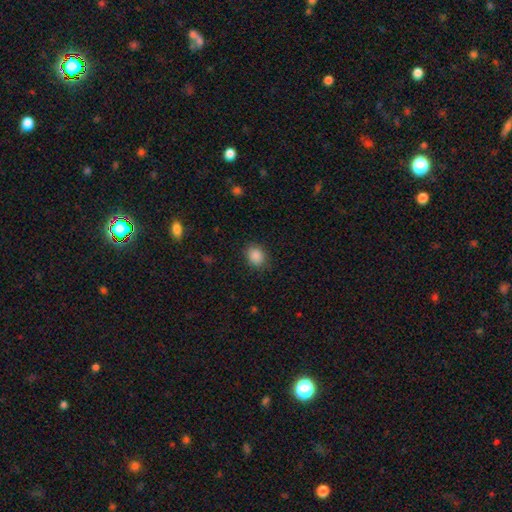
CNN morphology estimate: This appears to be a smooth galaxy with no disk features (88%) that is round (53%). Merging: none (85%).